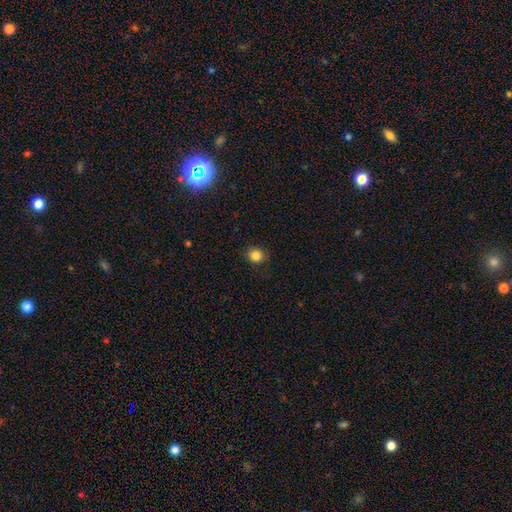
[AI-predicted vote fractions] smooth 85%, star or artifact 11%, featured or disk 4%. Down the decision tree: how rounded — round (85%); merging — none (86%).